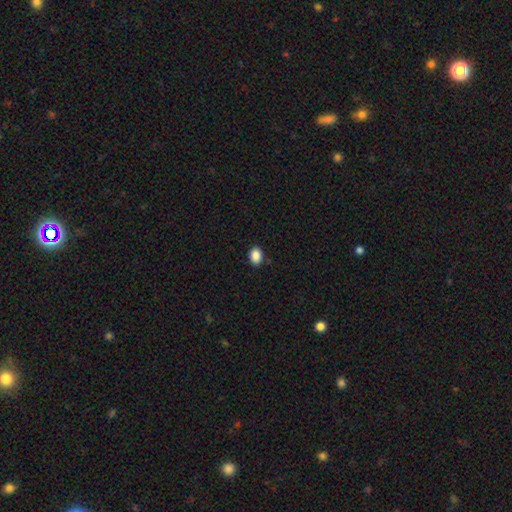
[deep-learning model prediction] smooth-or-featured: smooth: 89% | star or artifact: 8% | featured or disk: 3%
  how-rounded: in between: 72% | round: 27% | cigar-shaped: 1%
  merging: none: 88% | minor disturbance: 9% | major disturbance: 2% | merger: 1%